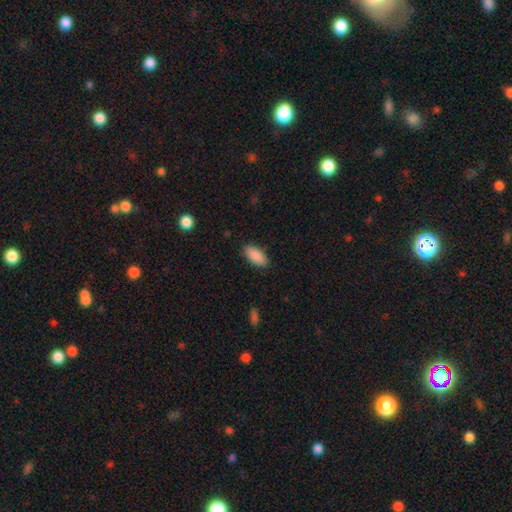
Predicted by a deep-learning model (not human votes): This appears to be a smooth galaxy with no disk features (90%) that is in between round and cigar-shaped (90%). Merging: none (88%).